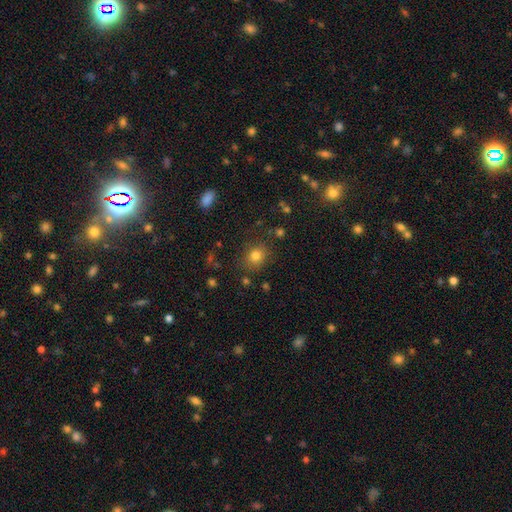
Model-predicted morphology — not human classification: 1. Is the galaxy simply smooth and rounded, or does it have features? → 79% smooth, 14% star or artifact, 7% featured or disk.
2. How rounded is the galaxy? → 69% round, 30% in between, 1% cigar-shaped.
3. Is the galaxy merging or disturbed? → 80% none, 13% minor disturbance, 4% major disturbance, 3% merger.